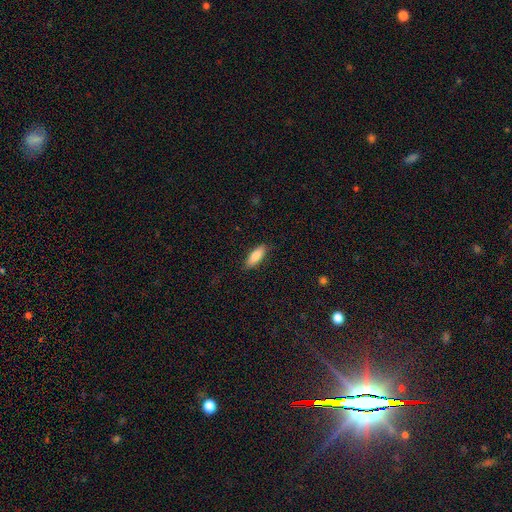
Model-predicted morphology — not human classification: The model was most divided on "how rounded": in between: 67%, cigar-shaped: 31%, round: 2%. More confident: merging — none (86%); smooth or featured — smooth (84%).